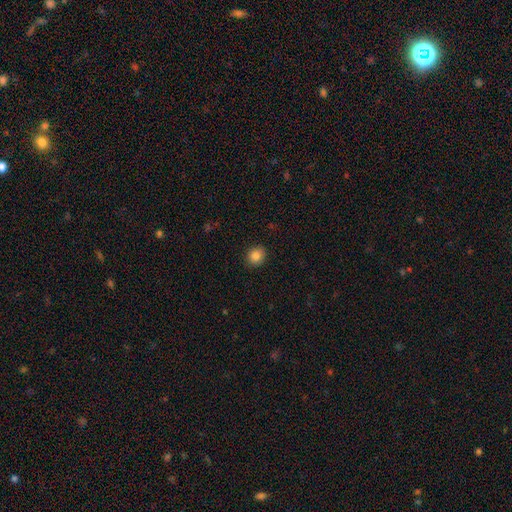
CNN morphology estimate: This appears to be a smooth galaxy with no disk features (85%) that is round (78%). Merging: none (91%).